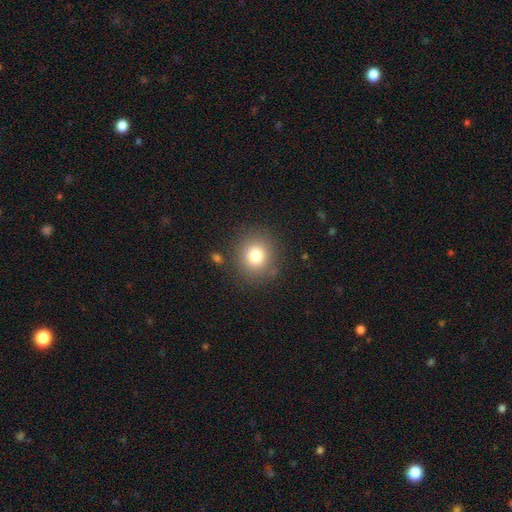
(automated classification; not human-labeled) The model was most divided on "smooth or featured": smooth: 79%, star or artifact: 11%, featured or disk: 10%. More confident: how rounded — round (87%); merging — none (84%).